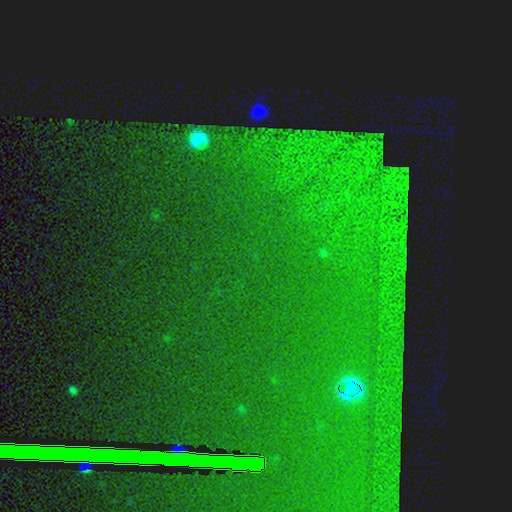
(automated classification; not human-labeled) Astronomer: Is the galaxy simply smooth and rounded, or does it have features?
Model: star or artifact — 81%.